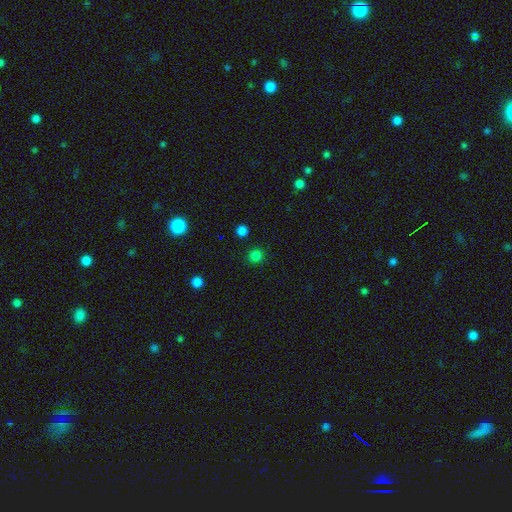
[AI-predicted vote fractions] Overall: smooth (79%). How rounded: round (93%). Merging: none (90%).